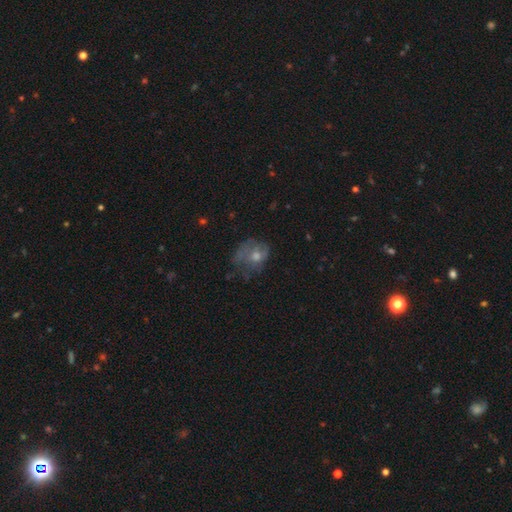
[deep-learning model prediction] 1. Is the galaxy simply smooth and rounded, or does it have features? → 46% smooth, 40% featured or disk, 15% star or artifact.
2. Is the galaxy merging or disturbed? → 41% none, 30% major disturbance, 26% minor disturbance, 2% merger.